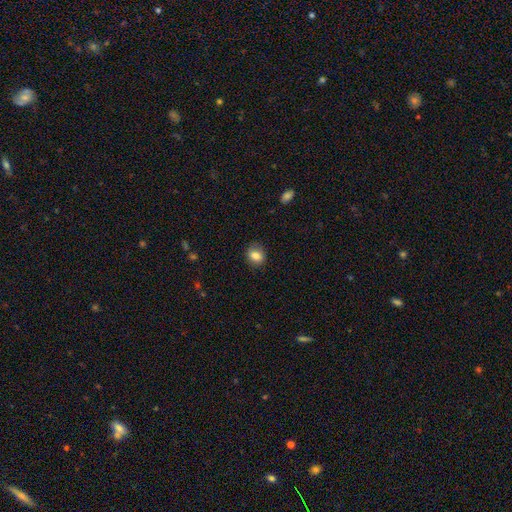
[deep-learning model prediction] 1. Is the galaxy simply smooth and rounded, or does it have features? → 83% smooth, 9% star or artifact, 8% featured or disk.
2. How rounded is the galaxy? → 56% round, 42% in between, 1% cigar-shaped.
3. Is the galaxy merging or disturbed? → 84% none, 12% minor disturbance, 3% major disturbance, 1% merger.